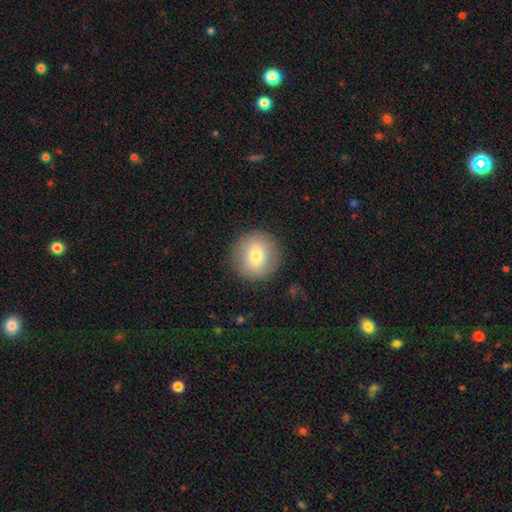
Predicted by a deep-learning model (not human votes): Smooth or featured? smooth (76%)
How rounded? round (94%)
Merging? none (90%)